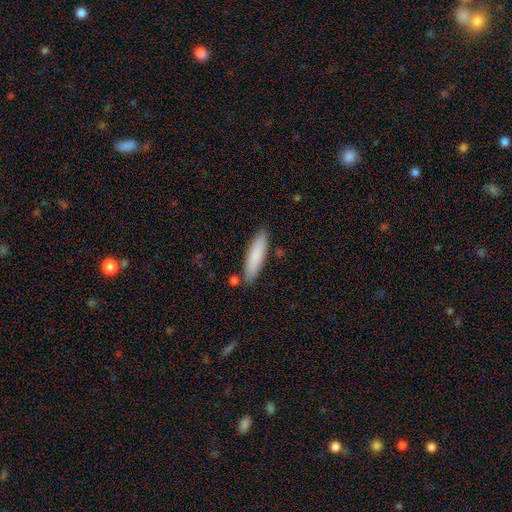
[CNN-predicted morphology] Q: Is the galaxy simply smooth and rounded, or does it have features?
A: smooth — 83%.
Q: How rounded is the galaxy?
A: cigar-shaped — 74%.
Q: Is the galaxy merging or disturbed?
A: none — 84%.